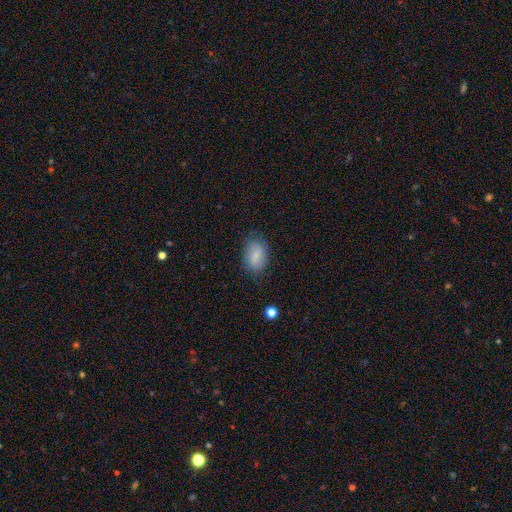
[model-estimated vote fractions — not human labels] Morphology: type=smooth (78%); roundness=in between (87%); merging=none (72%).